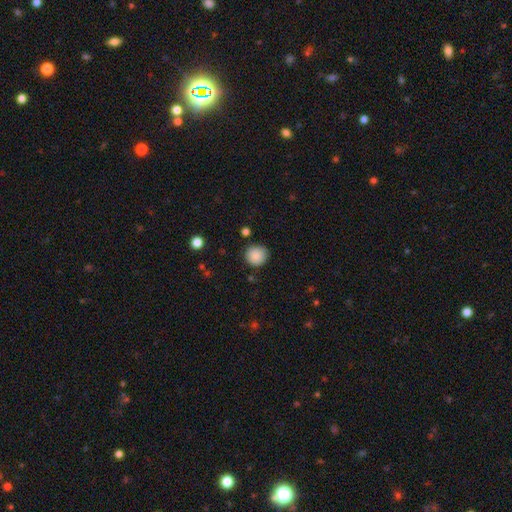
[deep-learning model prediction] A smooth galaxy with no disk features (88%) that is round (92%). Merging: none (85%).